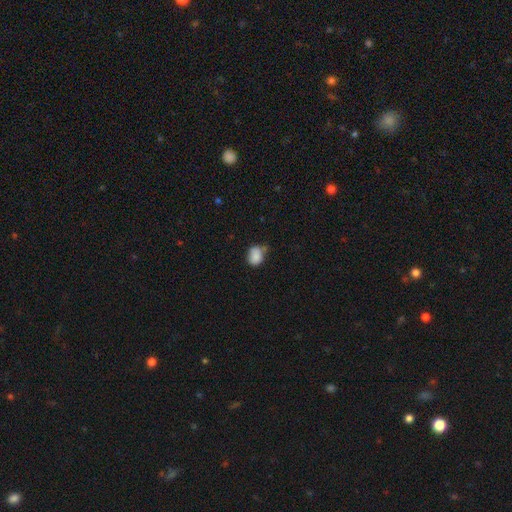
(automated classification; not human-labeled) smooth-or-featured: smooth: 84% | star or artifact: 9% | featured or disk: 6%
  how-rounded: in between: 50% | round: 49% | cigar-shaped: 1%
  merging: none: 51% | minor disturbance: 31% | merger: 10% | major disturbance: 8%